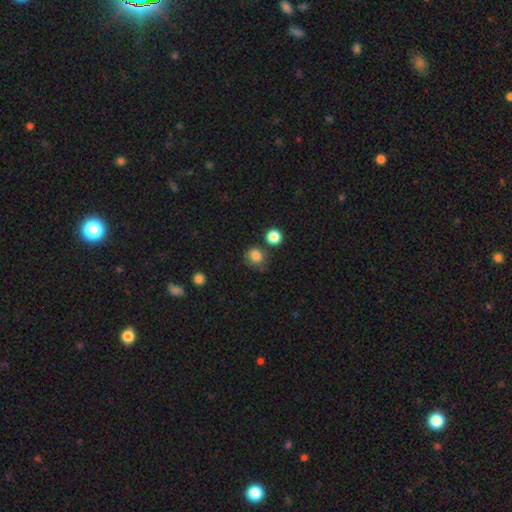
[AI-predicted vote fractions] This is clearly a smooth galaxy (83%). How rounded: clearly round (81%). Merging: likely none (71%).